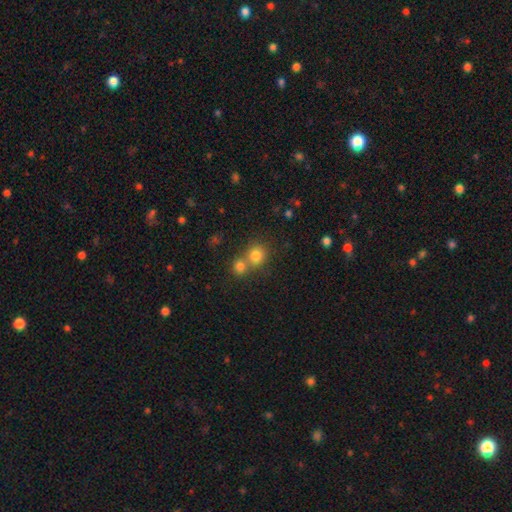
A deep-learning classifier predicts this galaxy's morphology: smooth-or-featured: smooth: 79% | star or artifact: 13% | featured or disk: 8%
  how-rounded: round: 83% | in between: 16% | cigar-shaped: 1%
  merging: none: 47% | merger: 44% | minor disturbance: 6% | major disturbance: 3%